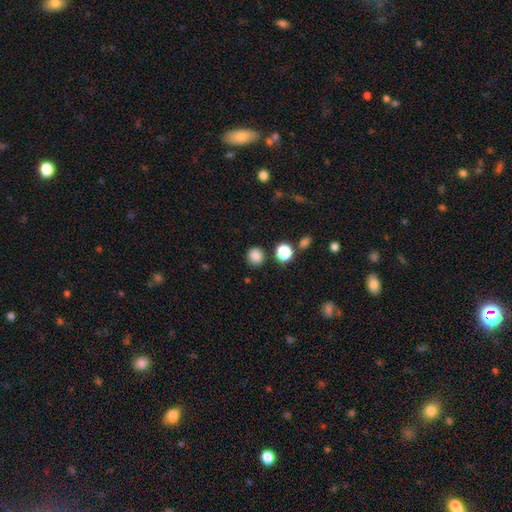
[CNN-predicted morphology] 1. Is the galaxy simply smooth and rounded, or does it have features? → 84% smooth, 12% star or artifact, 4% featured or disk.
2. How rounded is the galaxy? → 88% round, 11% in between, 1% cigar-shaped.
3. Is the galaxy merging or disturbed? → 86% none, 8% minor disturbance, 3% merger, 3% major disturbance.